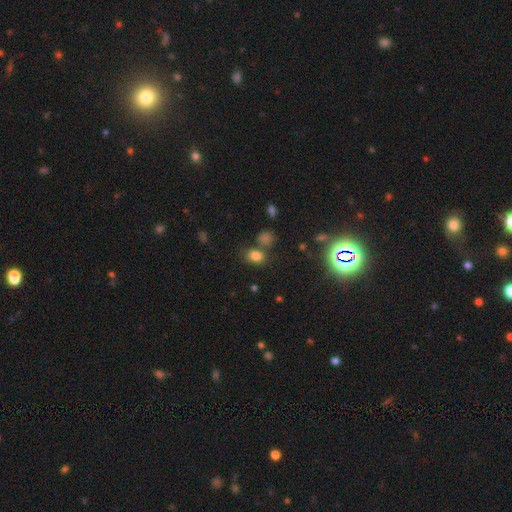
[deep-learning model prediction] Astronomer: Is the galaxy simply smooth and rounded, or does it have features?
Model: smooth — 77%.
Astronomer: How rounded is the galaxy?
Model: in between — 64%.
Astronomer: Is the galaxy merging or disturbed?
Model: none — 65%.